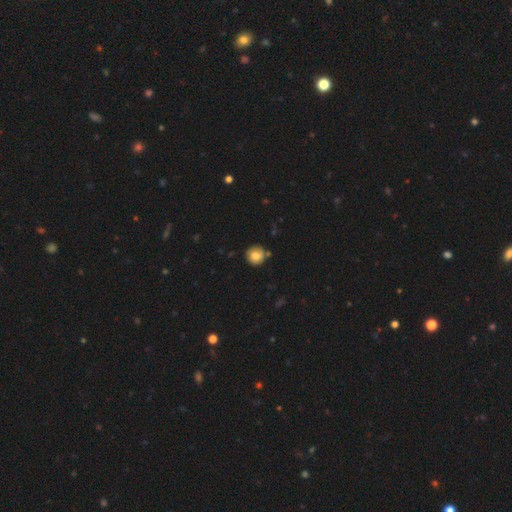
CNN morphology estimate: smooth_or_featured: smooth (p=0.77) [alt: featured or disk p=0.14]
how_rounded: round (p=0.93) [alt: in between p=0.06]
merging: none (p=0.81) [alt: minor disturbance p=0.12]